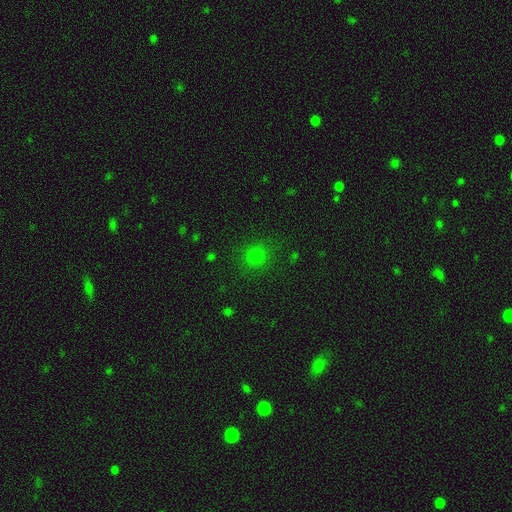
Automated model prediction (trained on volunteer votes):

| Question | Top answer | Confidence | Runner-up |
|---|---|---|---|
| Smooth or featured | smooth | 74% | star or artifact (21%) |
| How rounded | round | 87% | in between (12%) |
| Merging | none | 86% | minor disturbance (9%) |